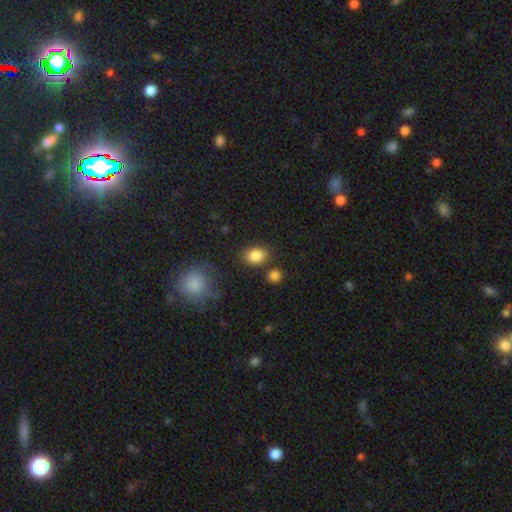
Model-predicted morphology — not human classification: A smooth galaxy with no disk features (85%) that is in between round and cigar-shaped (66%). Merging: none (77%).